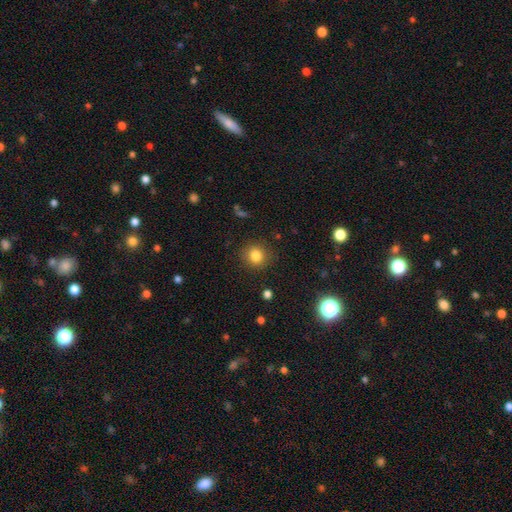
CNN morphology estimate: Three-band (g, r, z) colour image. It shows a smooth galaxy with no disk features (82%) that is round (84%). Merging: none (87%).